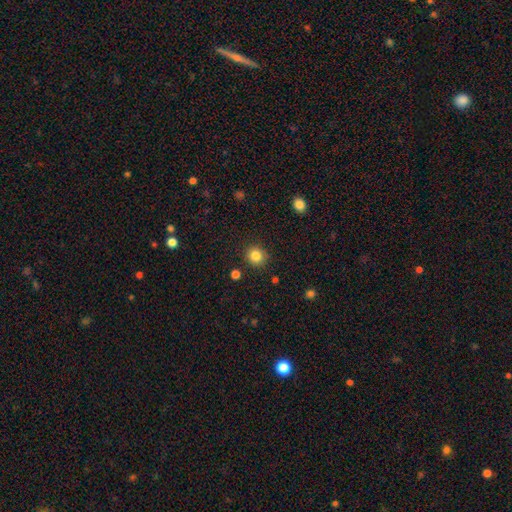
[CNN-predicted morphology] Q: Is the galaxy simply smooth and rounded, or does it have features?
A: smooth — 84%.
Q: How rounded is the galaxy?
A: round — 89%.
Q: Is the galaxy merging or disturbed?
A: none — 89%.